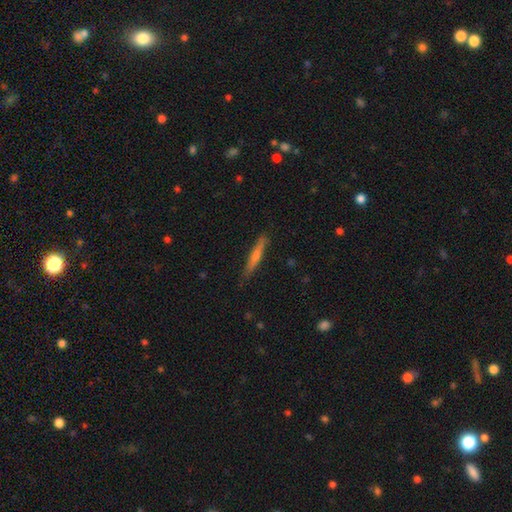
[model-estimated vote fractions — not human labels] Smooth or featured: featured or disk — 47% (tied with smooth — 47%)
Merging: none — 85% (minor disturbance — 12%)